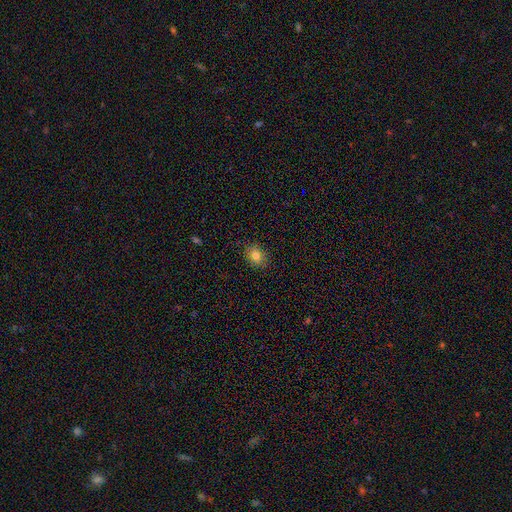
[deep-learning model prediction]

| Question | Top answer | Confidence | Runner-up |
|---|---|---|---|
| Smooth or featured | smooth | 80% | star or artifact (11%) |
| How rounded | round | 57% | in between (42%) |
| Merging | none | 88% | minor disturbance (9%) |